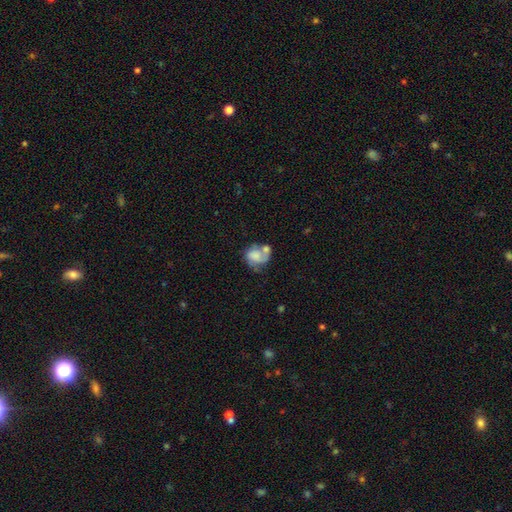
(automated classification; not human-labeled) smooth 50%, featured or disk 41%, star or artifact 9%. Down the decision tree: how rounded — round (58%); merging — merger (35%).